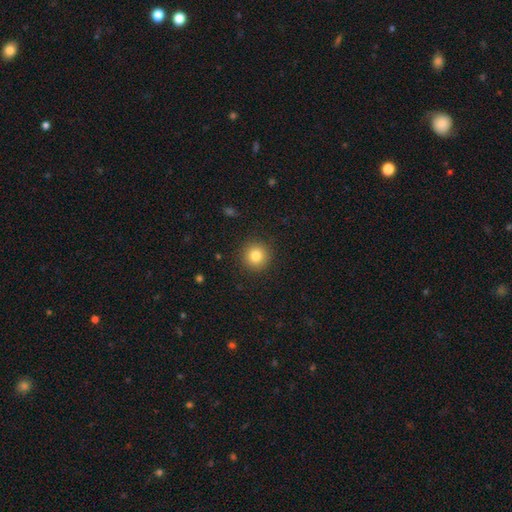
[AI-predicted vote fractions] smooth_or_featured: smooth (p=0.83) [alt: star or artifact p=0.11]
how_rounded: round (p=0.94) [alt: in between p=0.05]
merging: none (p=0.91) [alt: minor disturbance p=0.06]